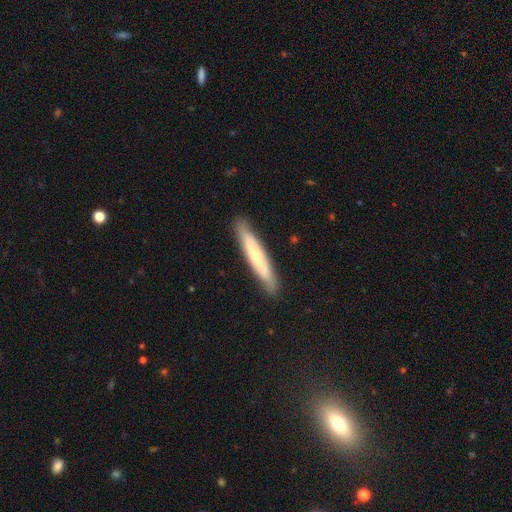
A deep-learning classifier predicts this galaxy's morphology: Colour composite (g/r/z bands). It shows a smooth galaxy with no disk features (56%) that is cigar-shaped (93%). Merging: none (88%).